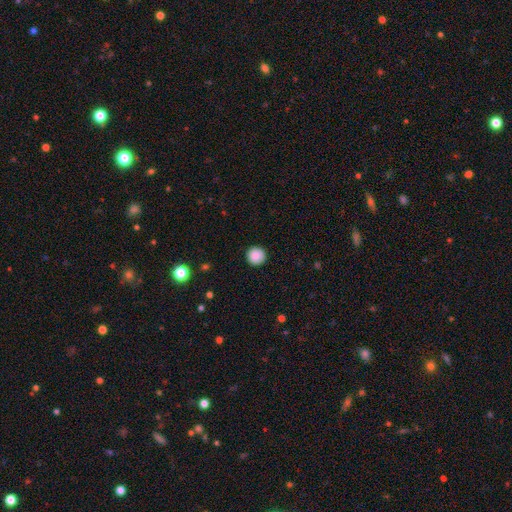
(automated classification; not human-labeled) This appears to be a smooth galaxy with no disk features (89%) that is round (96%). Merging: none (92%).